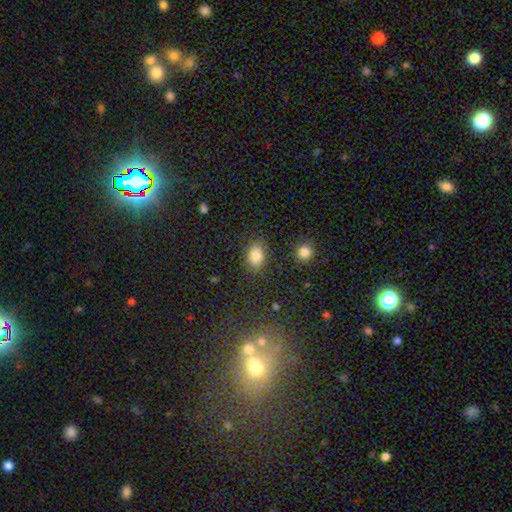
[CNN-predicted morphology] A smooth galaxy with no disk features (82%) that is in between round and cigar-shaped (77%).

Vote fractions:
- Smooth or featured? smooth: 82% / star or artifact: 11% / featured or disk: 7%
- How rounded? in between: 77% / round: 22% / cigar-shaped: 1%
- Merging? none: 83% / minor disturbance: 11% / major disturbance: 4% / merger: 3%